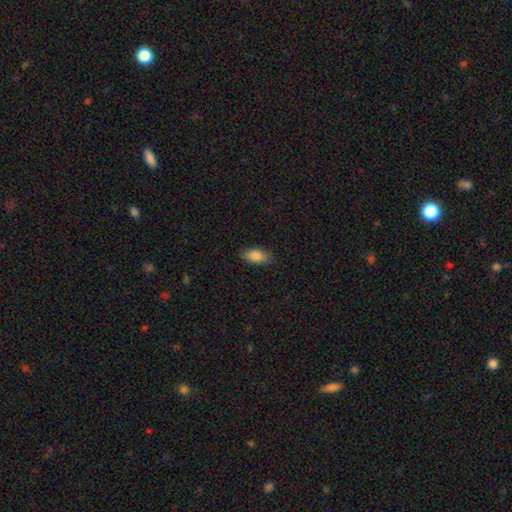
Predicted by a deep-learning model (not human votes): Morphology: type=smooth (86%); roundness=in between (92%); merging=none (85%).